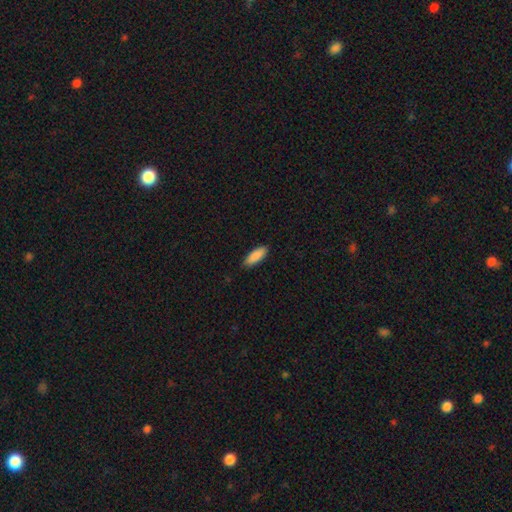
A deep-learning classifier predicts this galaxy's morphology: smooth_or_featured: smooth (p=0.89) [alt: star or artifact p=0.06]
how_rounded: in between (p=0.68) [alt: cigar-shaped p=0.30]
merging: none (p=0.85) [alt: minor disturbance p=0.12]